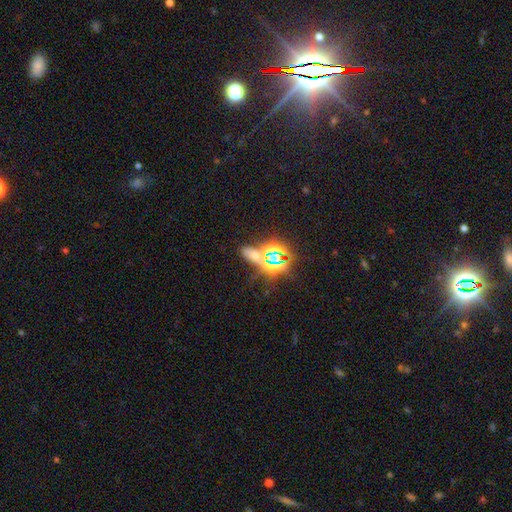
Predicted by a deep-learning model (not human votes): A star or artifact, not a galaxy (58%).

Vote fractions:
- Smooth or featured? star or artifact: 58% / smooth: 31% / featured or disk: 11%